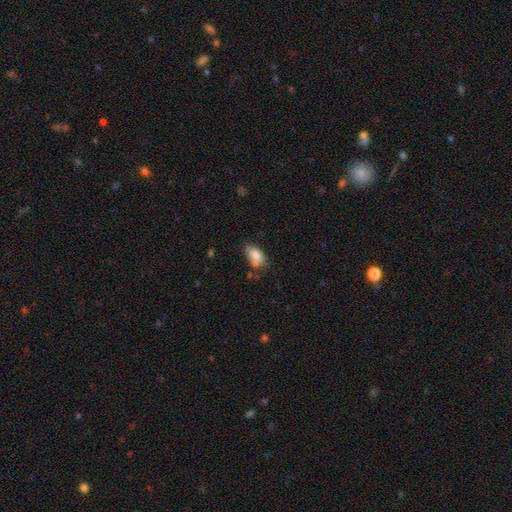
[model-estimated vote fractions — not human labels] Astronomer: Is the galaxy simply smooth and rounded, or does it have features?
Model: smooth — 82%.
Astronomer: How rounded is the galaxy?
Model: in between — 89%.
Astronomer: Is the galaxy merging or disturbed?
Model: none — 56%.